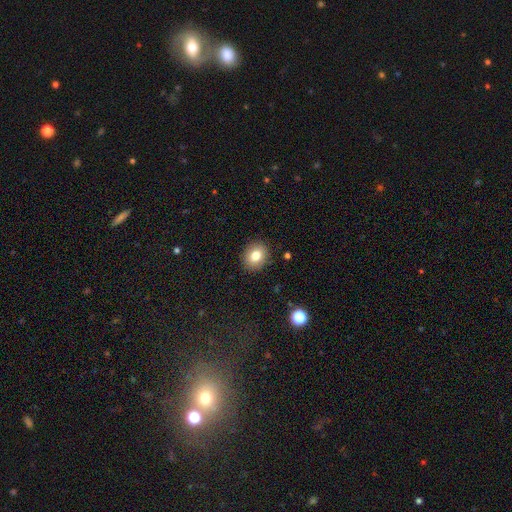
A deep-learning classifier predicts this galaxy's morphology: This appears to be a smooth galaxy with no disk features (81%) that is round (62%). Merging: none (89%).